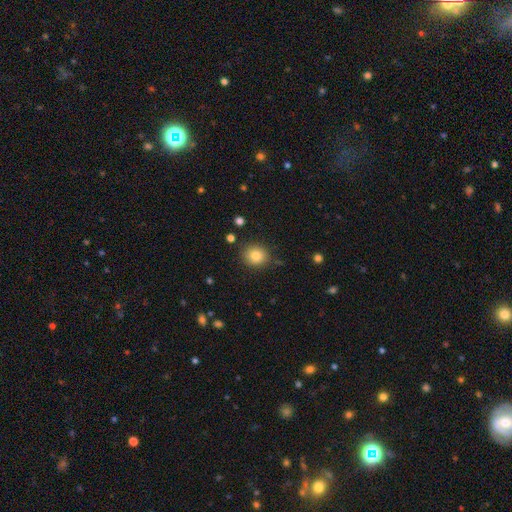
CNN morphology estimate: The model was most divided on "how rounded": round: 83%, in between: 16%, cigar-shaped: 1%. More confident: merging — none (85%); smooth or featured — smooth (82%).